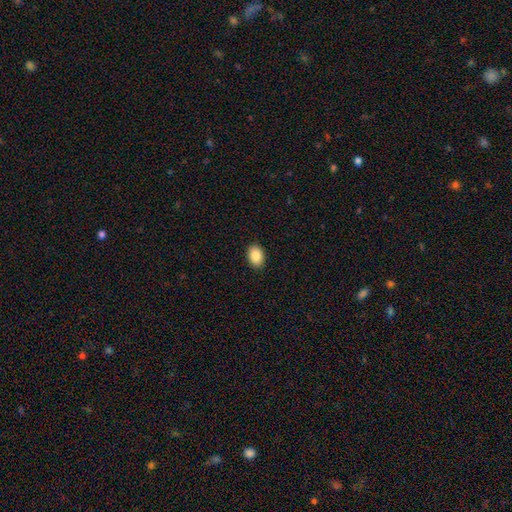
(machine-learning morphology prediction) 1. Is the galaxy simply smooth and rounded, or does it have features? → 88% smooth, 8% star or artifact, 5% featured or disk.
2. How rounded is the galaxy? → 82% in between, 17% round, 1% cigar-shaped.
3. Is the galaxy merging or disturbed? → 91% none, 7% minor disturbance, 2% major disturbance, 1% merger.